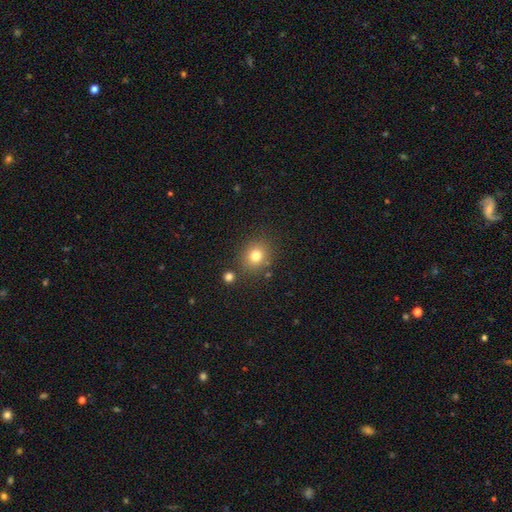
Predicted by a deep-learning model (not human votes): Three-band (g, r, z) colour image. It shows a smooth galaxy with no disk features (78%) that is round (74%). Merging: none (81%).